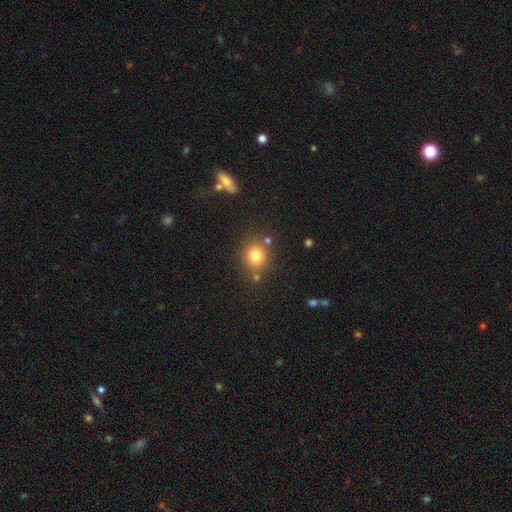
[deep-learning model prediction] A smooth galaxy with no disk features (79%) that is round (82%). Merging: none (77%).